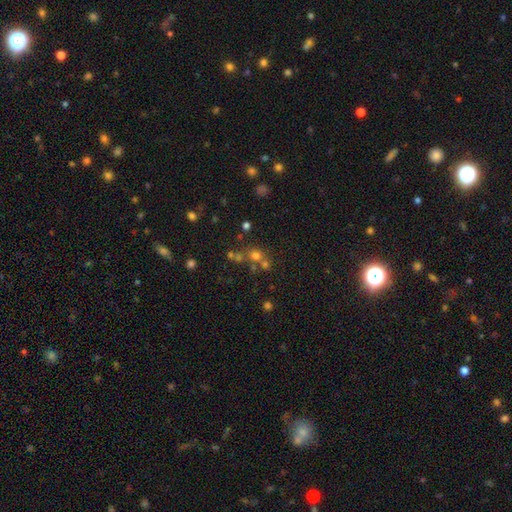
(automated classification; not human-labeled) This is possibly a smooth galaxy (58%). How rounded: clearly round (82%). Merging: possibly none (52%).